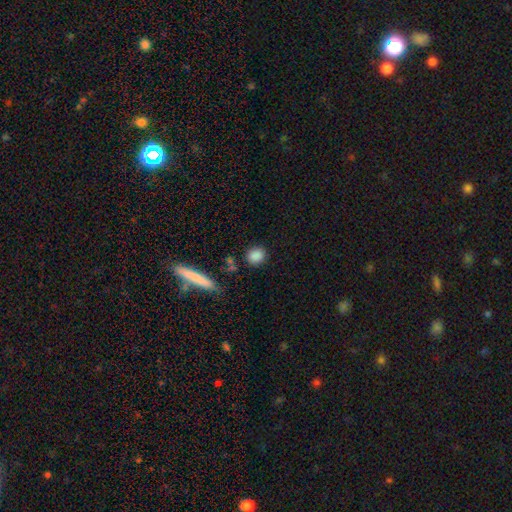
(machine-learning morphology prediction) smooth 87%, star or artifact 9%, featured or disk 5%. Down the decision tree: how rounded — round (73%); merging — none (85%).